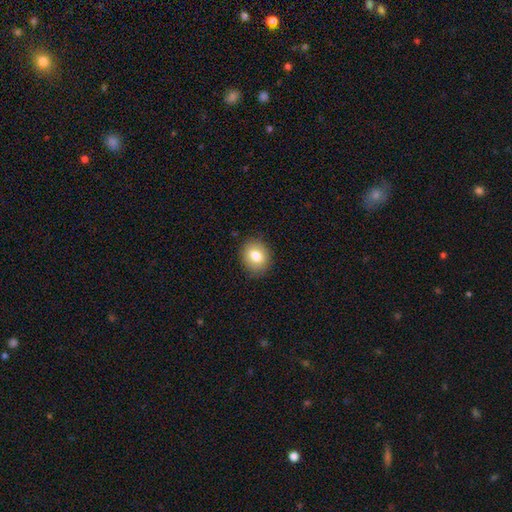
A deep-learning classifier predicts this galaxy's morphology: Smooth or featured?
  - smooth: 80% *
  - featured or disk: 11%
  - star or artifact: 9%
How rounded?
  - round: 54% *
  - in between: 45%
  - cigar-shaped: 1%
Merging?
  - none: 86% *
  - minor disturbance: 10%
  - major disturbance: 3%
  - merger: 1%